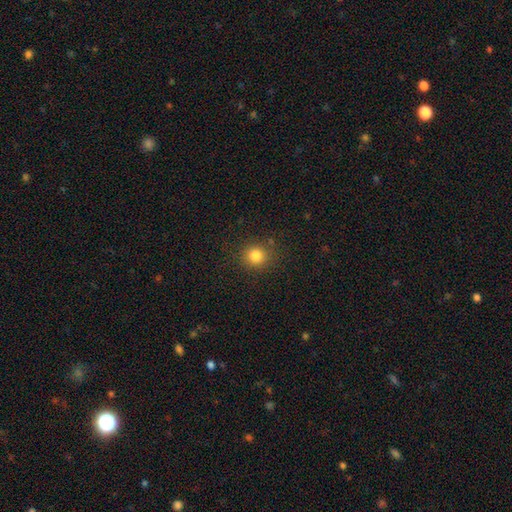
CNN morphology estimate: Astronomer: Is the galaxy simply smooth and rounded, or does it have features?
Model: smooth — 82%.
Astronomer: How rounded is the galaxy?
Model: round — 88%.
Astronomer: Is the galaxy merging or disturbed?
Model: none — 86%.